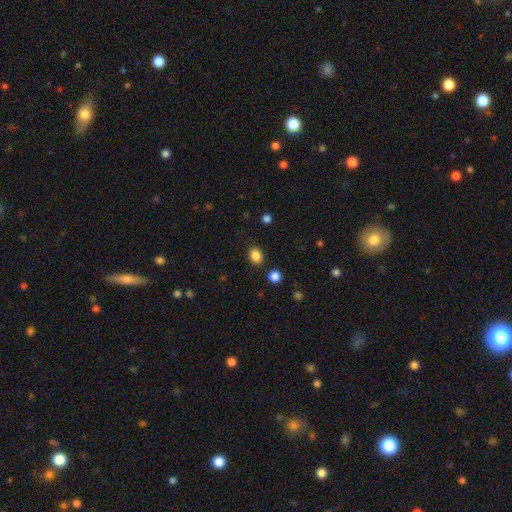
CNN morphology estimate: A smooth galaxy with no disk features (87%) that is in between round and cigar-shaped (53%).

Vote fractions:
- Smooth or featured? smooth: 87% / star or artifact: 10% / featured or disk: 3%
- How rounded? in between: 53% / round: 46% / cigar-shaped: 1%
- Merging? none: 87% / minor disturbance: 8% / merger: 3% / major disturbance: 3%